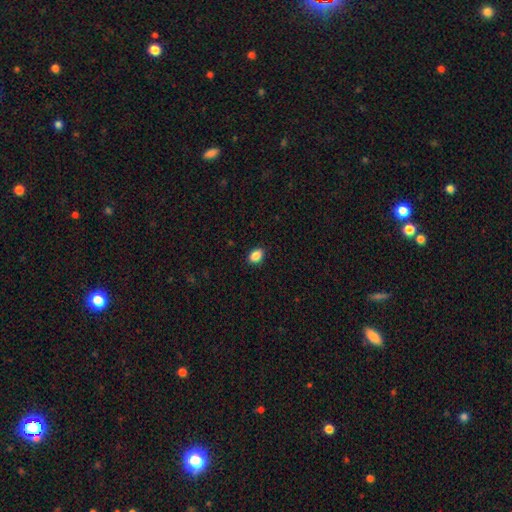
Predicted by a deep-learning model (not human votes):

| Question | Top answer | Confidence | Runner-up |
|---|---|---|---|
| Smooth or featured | smooth | 88% | star or artifact (9%) |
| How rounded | in between | 78% | round (21%) |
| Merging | none | 89% | minor disturbance (8%) |